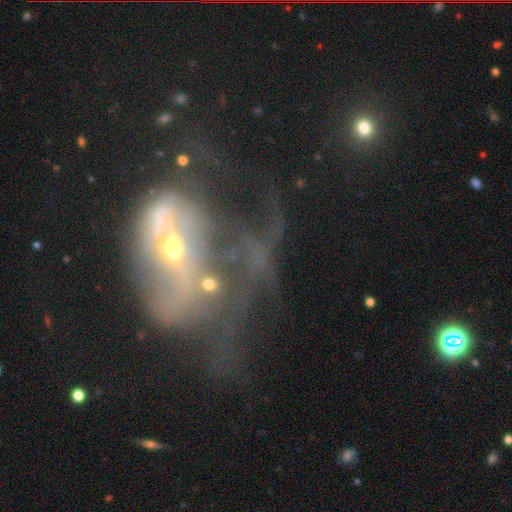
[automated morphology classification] The model was most divided on "spiral arms": no: 63%, yes: 37%. More confident: edge-on disk — no (93%); smooth or featured — featured or disk (66%); bar — no (59%); bulge size — moderate (58%); merging — major disturbance (50%).